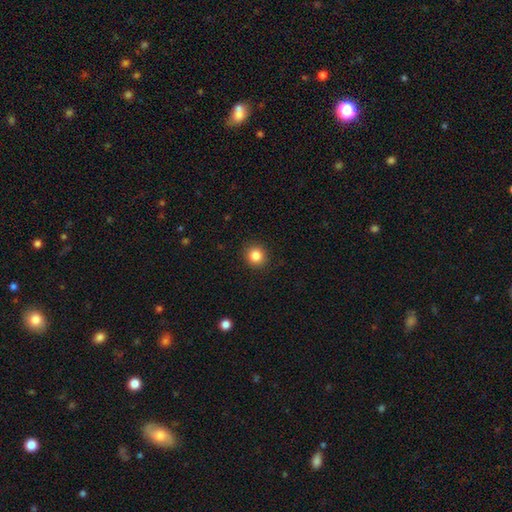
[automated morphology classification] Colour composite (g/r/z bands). It shows a smooth galaxy with no disk features (85%) that is round (90%). Merging: none (91%).